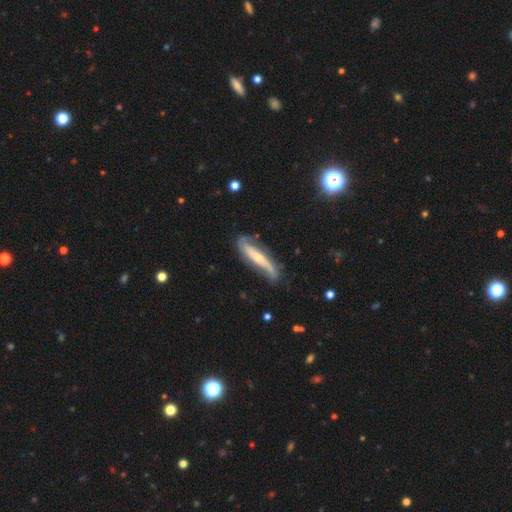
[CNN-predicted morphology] type=featured or disk (70%); edge-on=no (54%); merging=none (66%).